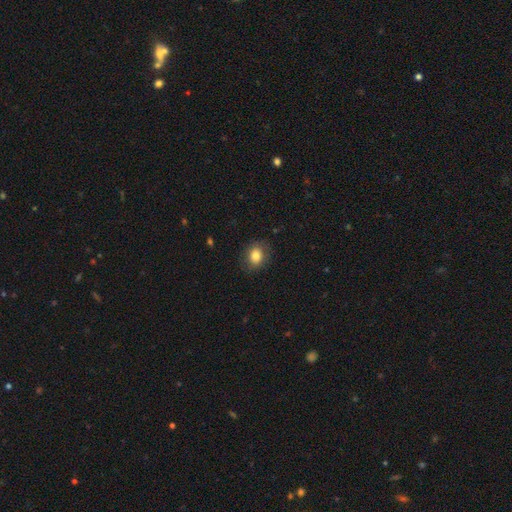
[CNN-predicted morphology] A smooth galaxy with no disk features (81%) that is round (55%). Merging: none (81%).